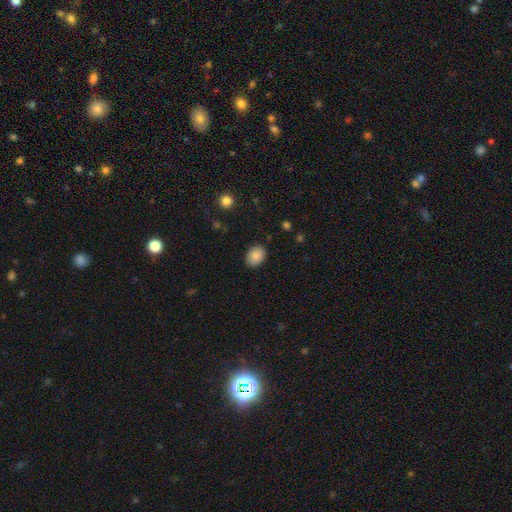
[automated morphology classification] Smooth or featured: smooth — 86% (star or artifact — 8%)
How rounded: in between — 71% (round — 28%)
Merging: none — 88% (minor disturbance — 9%)